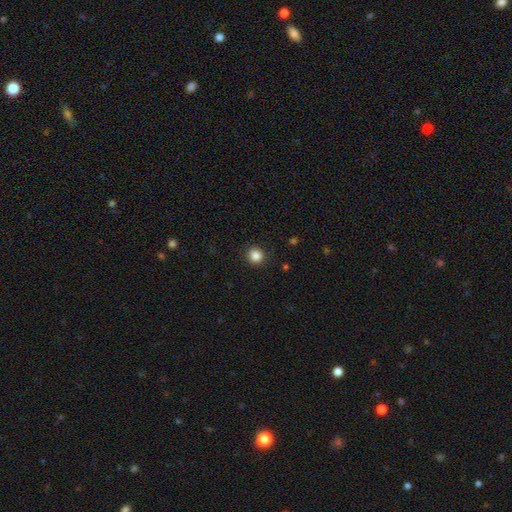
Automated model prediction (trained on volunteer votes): smooth 86%, star or artifact 11%, featured or disk 4%. Down the decision tree: how rounded — round (93%); merging — none (92%).